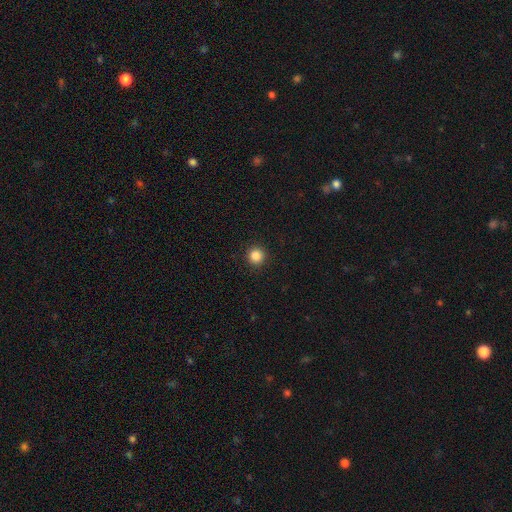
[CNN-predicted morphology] A smooth galaxy with no disk features (85%) that is round (96%). Merging: none (93%).